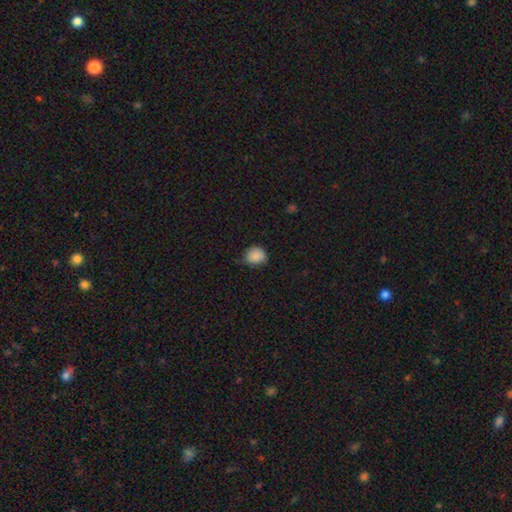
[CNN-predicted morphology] type=smooth (87%); roundness=round (69%); merging=none (67%).